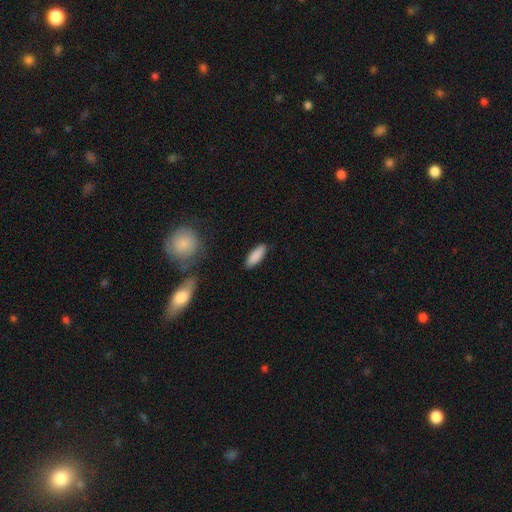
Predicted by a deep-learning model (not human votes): Q: Smooth or featured?
A: smooth (88%); runner-up: star or artifact (6%)
Q: How rounded?
A: in between (69%); runner-up: cigar-shaped (29%)
Q: Merging?
A: none (87%); runner-up: minor disturbance (9%)